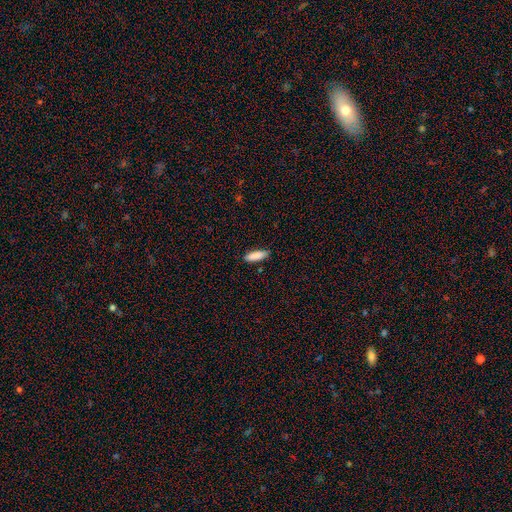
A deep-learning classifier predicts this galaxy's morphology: A smooth galaxy with no disk features (89%) that is in between round and cigar-shaped (52%). Merging: none (87%).